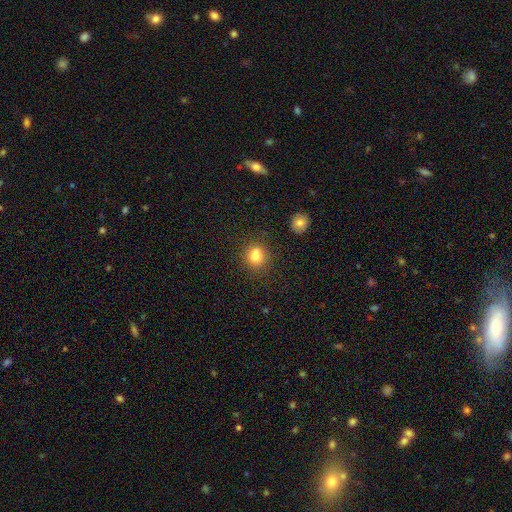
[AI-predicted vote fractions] smooth 78%, star or artifact 12%, featured or disk 10%. Down the decision tree: how rounded — round (76%); merging — none (62%).